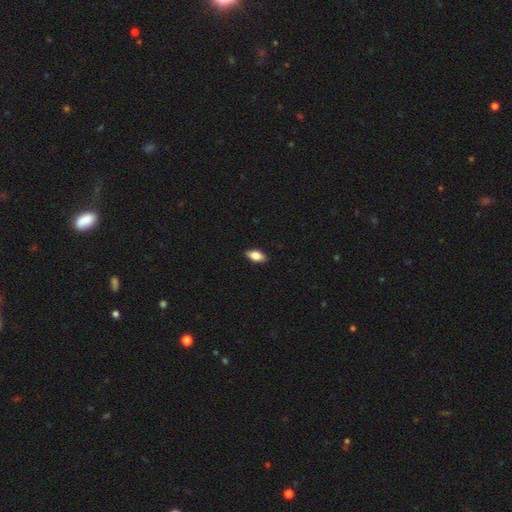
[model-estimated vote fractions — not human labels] Overall: smooth (76%). How rounded: in between (87%). Merging: none (88%).